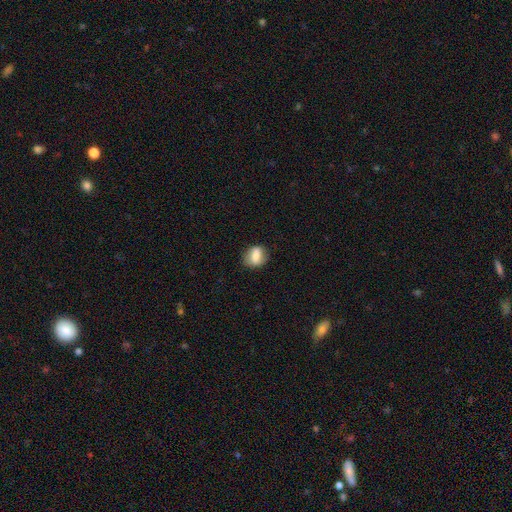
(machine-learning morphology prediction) type=smooth (72%); roundness=in between (57%); merging=none (79%).